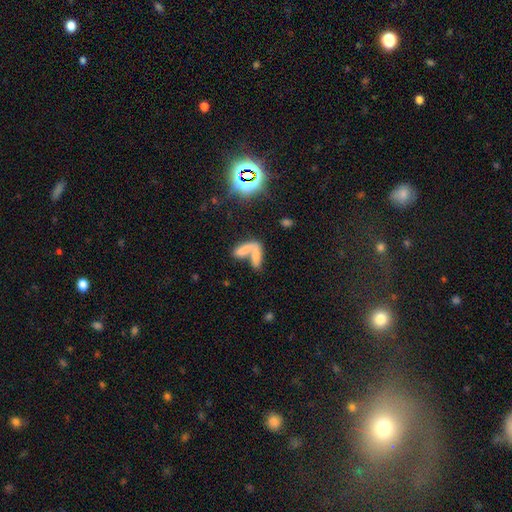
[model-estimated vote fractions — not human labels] smooth_or_featured: smooth (p=0.65) [alt: featured or disk p=0.19]
how_rounded: in between (p=0.58) [alt: cigar-shaped p=0.37]
merging: merger (p=0.70) [alt: none p=0.19]